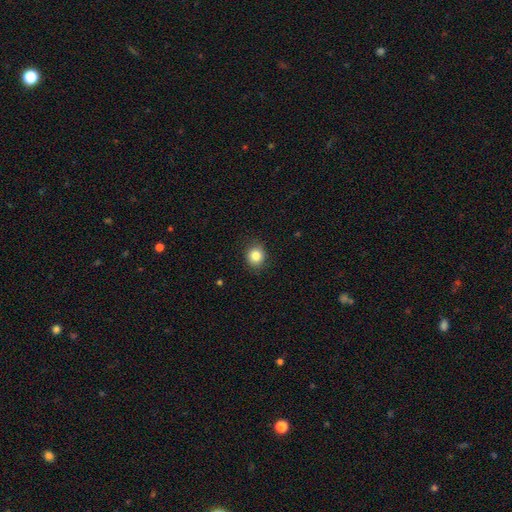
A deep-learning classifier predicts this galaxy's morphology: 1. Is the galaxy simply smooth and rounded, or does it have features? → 84% smooth, 10% star or artifact, 6% featured or disk.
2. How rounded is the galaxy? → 76% round, 23% in between, 1% cigar-shaped.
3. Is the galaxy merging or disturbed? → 87% none, 10% minor disturbance, 2% major disturbance, 1% merger.